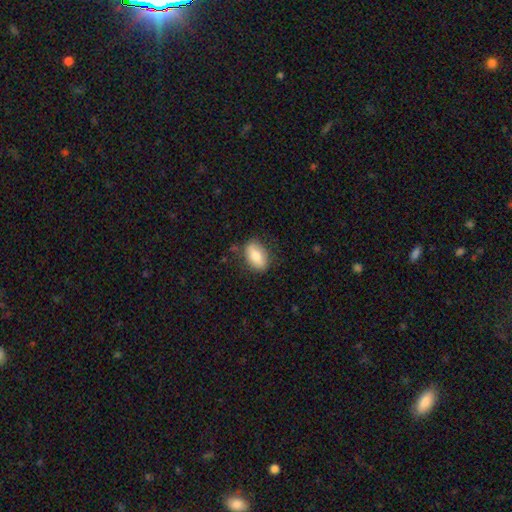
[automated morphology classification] smooth 76%, featured or disk 17%, star or artifact 7%. Down the decision tree: how rounded — in between (88%); merging — none (79%).